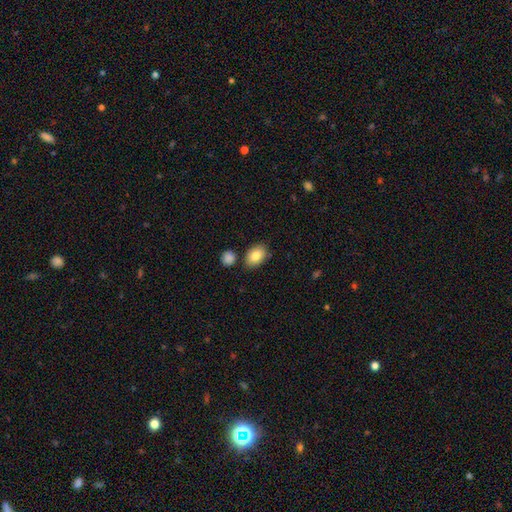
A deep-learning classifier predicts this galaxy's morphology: The model was most divided on "merging": none: 79%, minor disturbance: 12%, merger: 6%, major disturbance: 3%. More confident: smooth or featured — smooth (84%); how rounded — in between (83%).